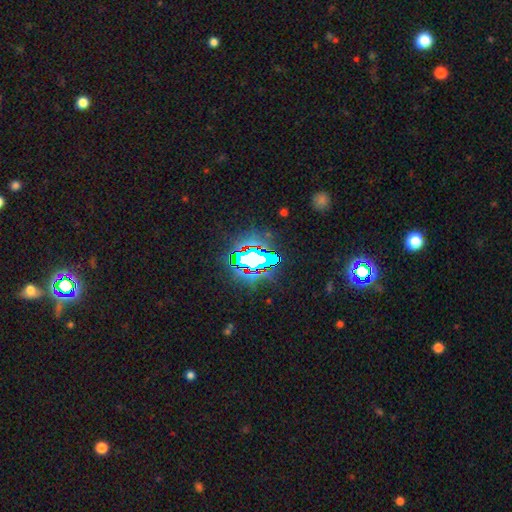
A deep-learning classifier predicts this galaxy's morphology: A star or artifact, not a galaxy (71%).

Vote fractions:
- Smooth or featured? star or artifact: 71% / smooth: 17% / featured or disk: 13%